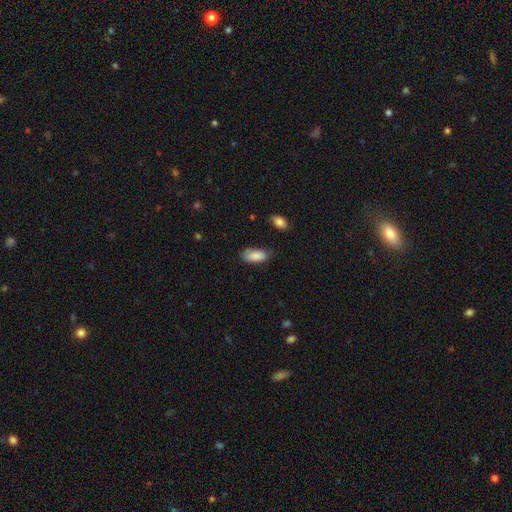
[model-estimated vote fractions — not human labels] smooth_or_featured: smooth (p=0.87) [alt: star or artifact p=0.07]
how_rounded: in between (p=0.91) [alt: cigar-shaped p=0.07]
merging: none (p=0.68) [alt: minor disturbance p=0.25]